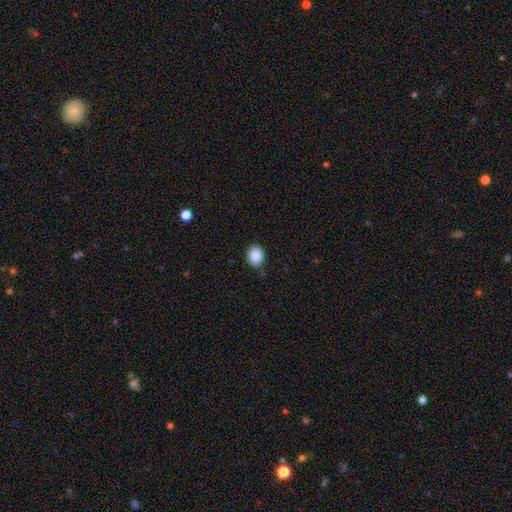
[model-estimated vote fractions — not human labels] A smooth galaxy with no disk features (88%) that is round (60%). Merging: none (76%).